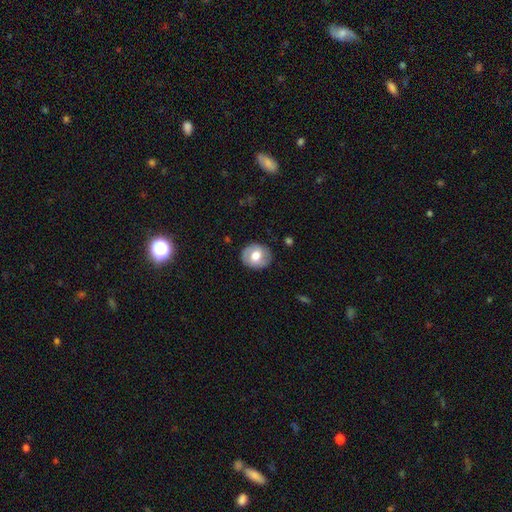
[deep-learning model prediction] Overall: smooth (62%; featured or disk 31%). How rounded: round (71%). Merging: none (84%).